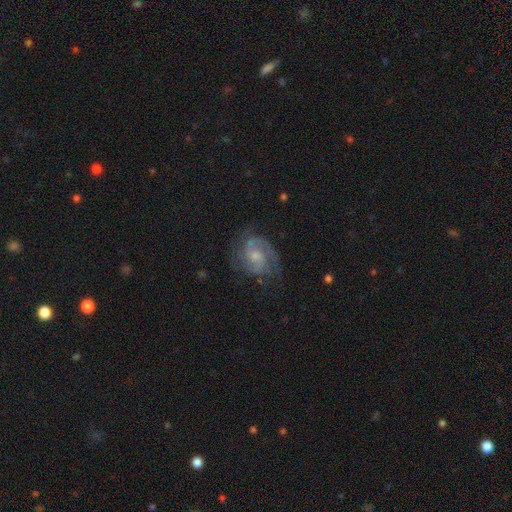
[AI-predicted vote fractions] Q: Smooth or featured?
A: featured or disk (85%); runner-up: smooth (9%)
Q: Edge-on disk?
A: no (98%); runner-up: yes (2%)
Q: Bar?
A: no (53%); runner-up: weak (41%)
Q: Spiral arms?
A: yes (96%); runner-up: no (4%)
Q: Spiral winding?
A: medium (51%); runner-up: tight (35%)
Q: Spiral arm count?
A: 2 (82%); runner-up: can't tell (7%)
Q: Bulge size?
A: small (51%); runner-up: moderate (39%)
Q: Merging?
A: none (71%); runner-up: minor disturbance (19%)